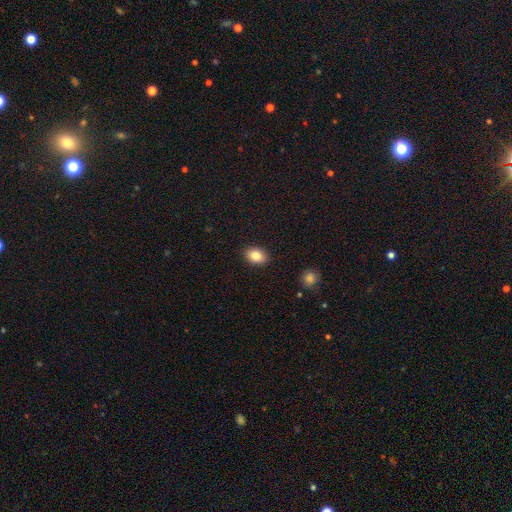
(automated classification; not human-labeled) Smooth or featured? Predicted: smooth (p=0.84). How rounded? Predicted: in between (p=0.72). Merging? Predicted: none (p=0.90).